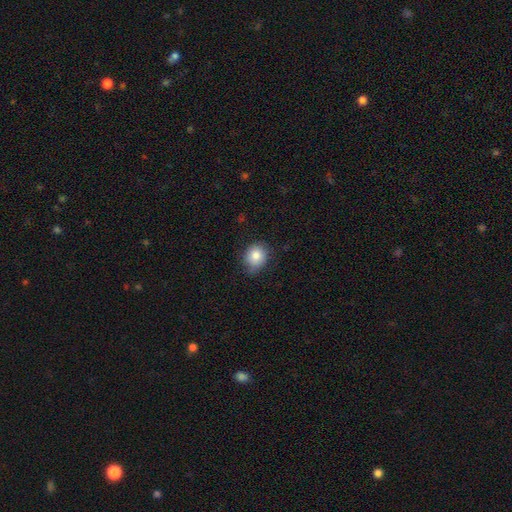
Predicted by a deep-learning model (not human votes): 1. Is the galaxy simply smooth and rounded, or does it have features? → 83% smooth, 9% star or artifact, 7% featured or disk.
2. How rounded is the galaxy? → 76% round, 24% in between, 1% cigar-shaped.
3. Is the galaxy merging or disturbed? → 70% none, 24% minor disturbance, 4% major disturbance, 1% merger.